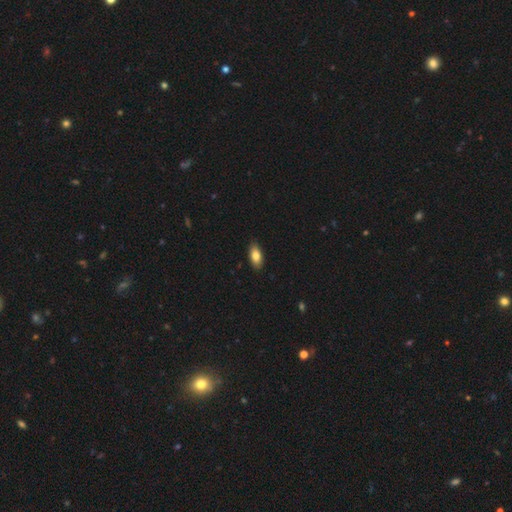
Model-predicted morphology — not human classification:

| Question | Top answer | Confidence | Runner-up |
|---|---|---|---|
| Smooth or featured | smooth | 83% | featured or disk (10%) |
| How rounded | in between | 89% | cigar-shaped (7%) |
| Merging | none | 87% | minor disturbance (10%) |